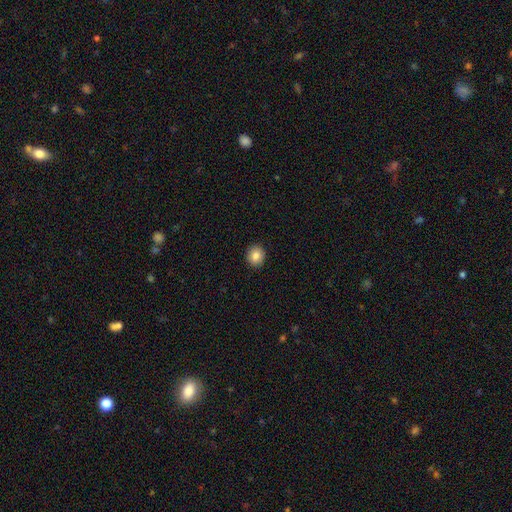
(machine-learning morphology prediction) A smooth galaxy with no disk features (85%) that is round (78%).

Vote fractions:
- Smooth or featured? smooth: 85% / star or artifact: 9% / featured or disk: 6%
- How rounded? round: 78% / in between: 21% / cigar-shaped: 1%
- Merging? none: 92% / minor disturbance: 6% / major disturbance: 2% / merger: 1%